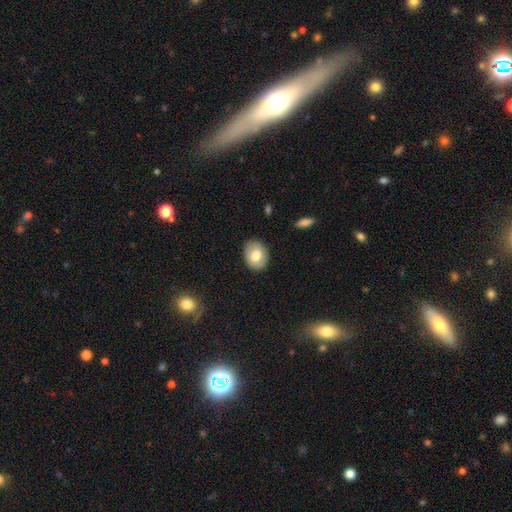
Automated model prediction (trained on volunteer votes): Q: Smooth or featured?
A: smooth (74%); runner-up: featured or disk (19%)
Q: How rounded?
A: in between (66%); runner-up: round (33%)
Q: Merging?
A: none (86%); runner-up: minor disturbance (11%)